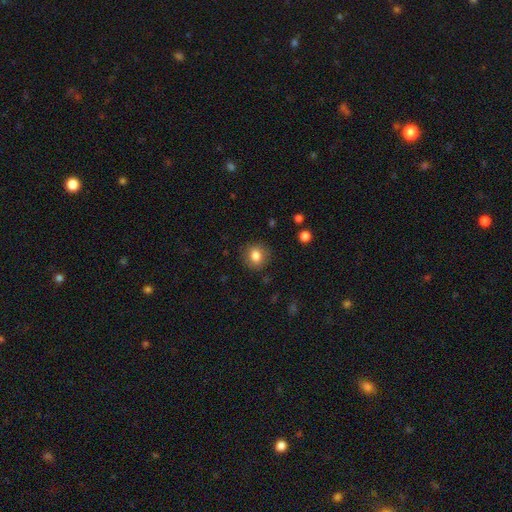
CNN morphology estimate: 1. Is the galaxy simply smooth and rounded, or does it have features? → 82% smooth, 10% star or artifact, 8% featured or disk.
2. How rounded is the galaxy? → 71% round, 28% in between, 1% cigar-shaped.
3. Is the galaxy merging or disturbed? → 85% none, 10% minor disturbance, 3% major disturbance, 1% merger.